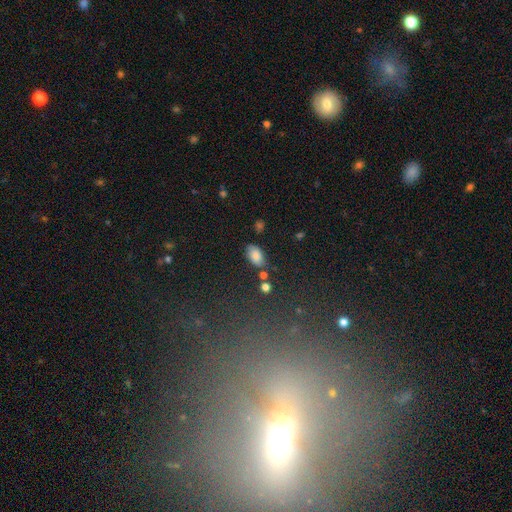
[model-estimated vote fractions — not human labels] smooth_or_featured: smooth (p=0.82) [alt: featured or disk p=0.09]
how_rounded: in between (p=0.93) [alt: round p=0.05]
merging: none (p=0.69) [alt: minor disturbance p=0.20]